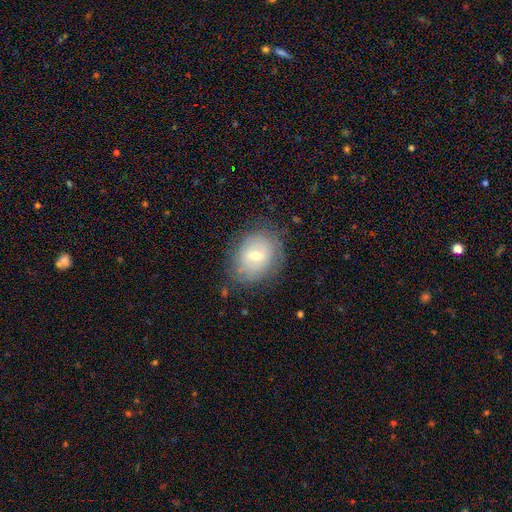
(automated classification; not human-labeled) smooth_or_featured: smooth (p=0.50) [alt: featured or disk p=0.40]
how_rounded: in between (p=0.52) [alt: round p=0.47]
merging: none (p=0.75) [alt: minor disturbance p=0.17]